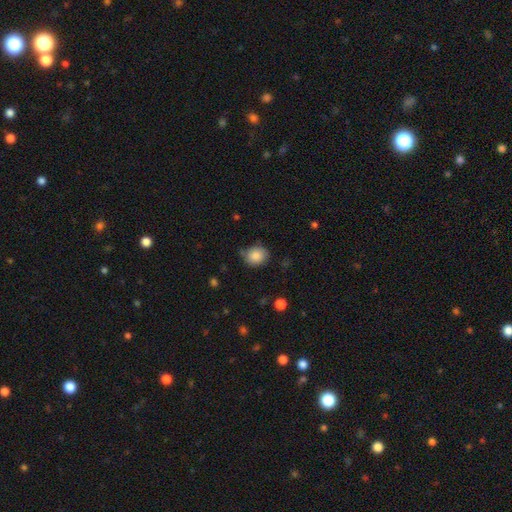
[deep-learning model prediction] Smooth or featured: smooth — 86% (star or artifact — 9%)
How rounded: round — 69% (in between — 30%)
Merging: none — 76% (minor disturbance — 18%)